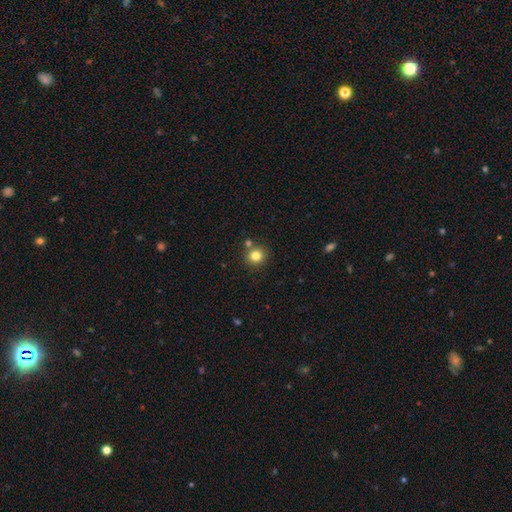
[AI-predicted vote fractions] Smooth or featured: smooth — 81% (star or artifact — 12%)
How rounded: round — 91% (in between — 9%)
Merging: none — 78% (merger — 12%)